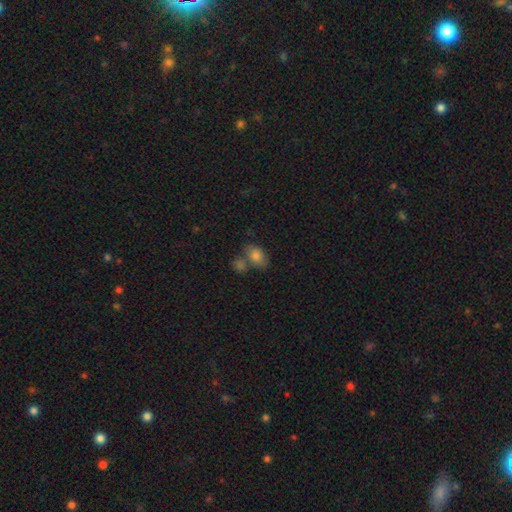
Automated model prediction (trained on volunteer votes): Q: Smooth or featured?
A: smooth (79%); runner-up: featured or disk (12%)
Q: How rounded?
A: in between (78%); runner-up: round (21%)
Q: Merging?
A: none (44%); runner-up: merger (36%)